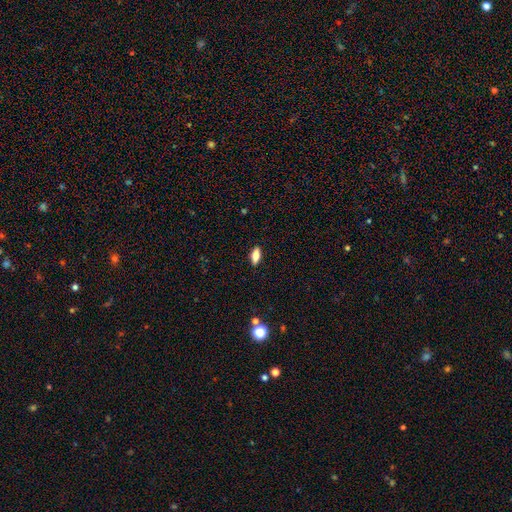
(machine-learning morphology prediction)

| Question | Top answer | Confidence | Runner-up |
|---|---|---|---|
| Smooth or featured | smooth | 78% | featured or disk (14%) |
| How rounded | in between | 75% | cigar-shaped (21%) |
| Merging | none | 89% | minor disturbance (8%) |